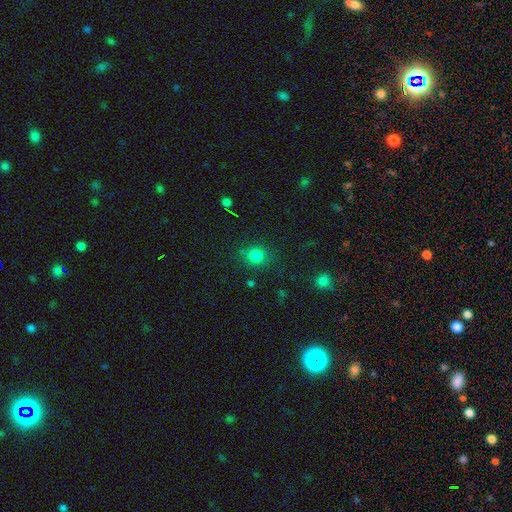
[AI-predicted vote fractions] Smooth or featured? Predicted: smooth (p=0.80). How rounded? Predicted: round (p=0.84). Merging? Predicted: none (p=0.78).